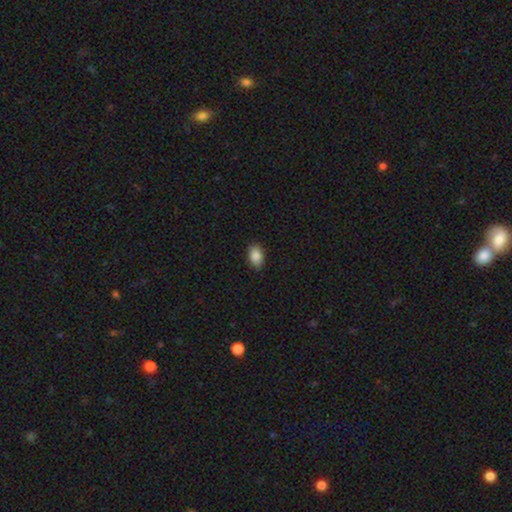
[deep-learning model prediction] smooth_or_featured: smooth (p=0.87) [alt: star or artifact p=0.08]
how_rounded: in between (p=0.89) [alt: round p=0.10]
merging: none (p=0.88) [alt: minor disturbance p=0.10]